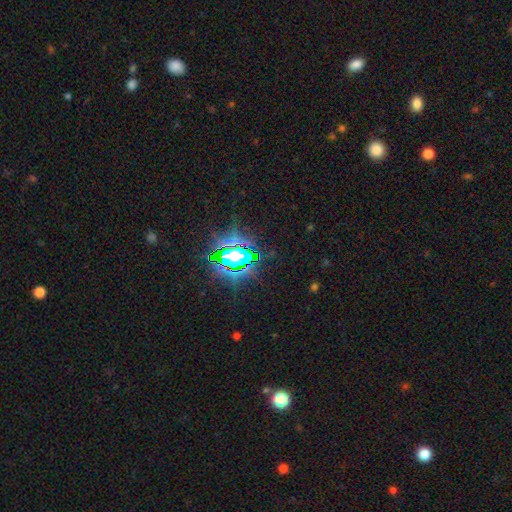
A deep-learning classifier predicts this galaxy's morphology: This is clearly a star or artifact rather than a galaxy (81%).